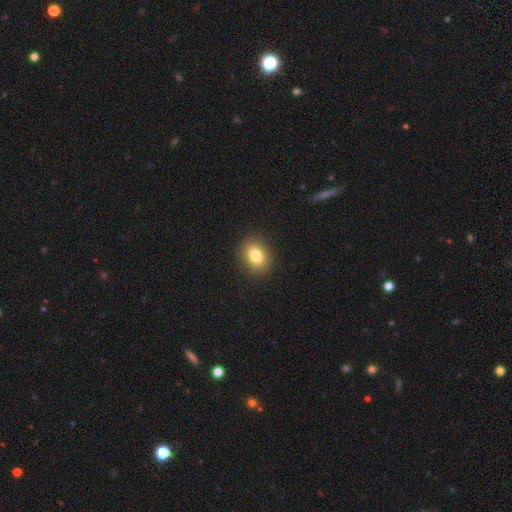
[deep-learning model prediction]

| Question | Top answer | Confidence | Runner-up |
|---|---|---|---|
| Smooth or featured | smooth | 81% | star or artifact (10%) |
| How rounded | in between | 55% | round (44%) |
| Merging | none | 90% | minor disturbance (7%) |